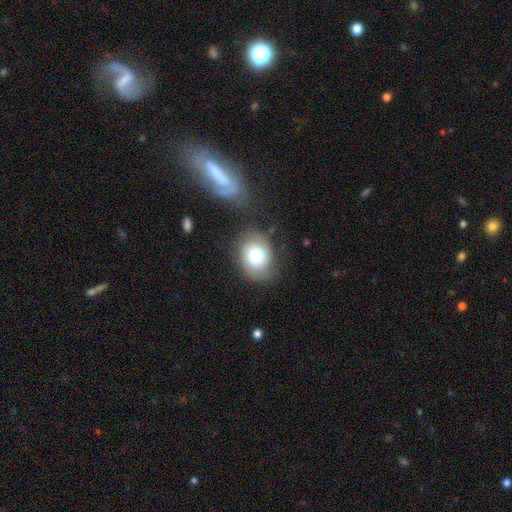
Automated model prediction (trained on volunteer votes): Overall: smooth (64%; featured or disk 28%). How rounded: in between (56%; round 43%). Merging: none (70%).